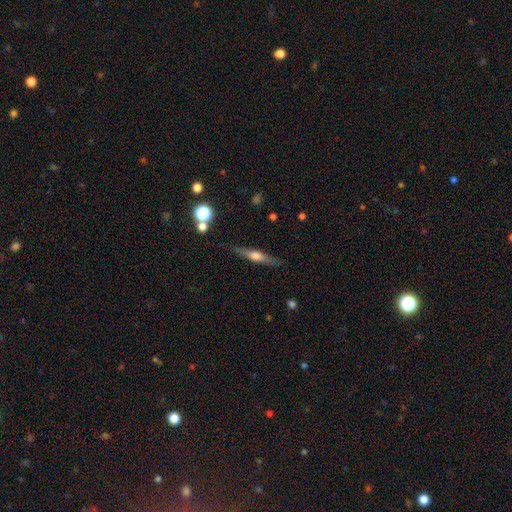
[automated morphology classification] The model was most divided on "smooth or featured": featured or disk: 56%, smooth: 36%, star or artifact: 7%. More confident: edge-on disk — yes (93%); merging — none (84%); edge-on bulge — rounded (80%).